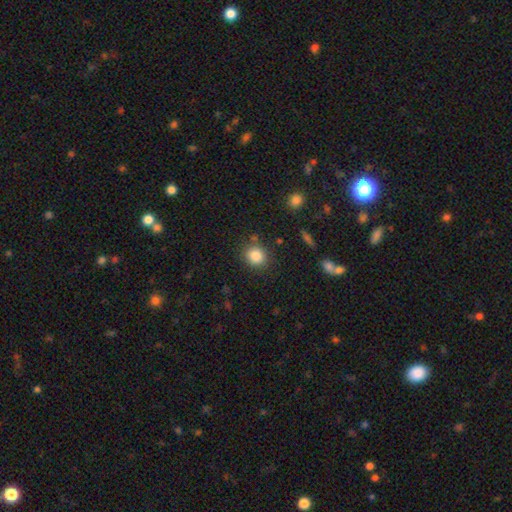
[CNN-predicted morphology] Smooth or featured?
  - smooth: 84% *
  - star or artifact: 10%
  - featured or disk: 6%
How rounded?
  - round: 79% *
  - in between: 20%
  - cigar-shaped: 1%
Merging?
  - none: 83% *
  - minor disturbance: 10%
  - merger: 4%
  - major disturbance: 3%